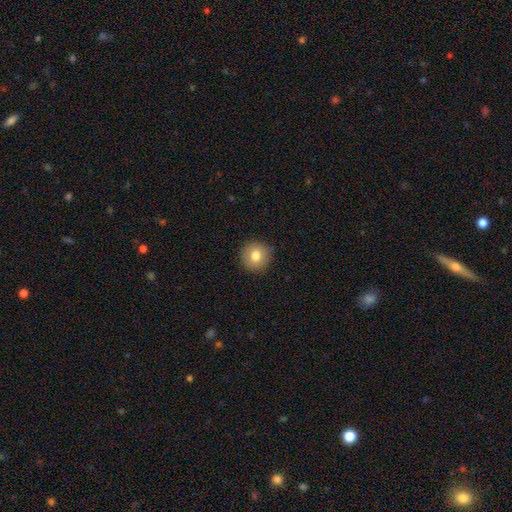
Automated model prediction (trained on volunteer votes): A smooth galaxy with no disk features (80%) that is round (93%). Merging: none (89%).